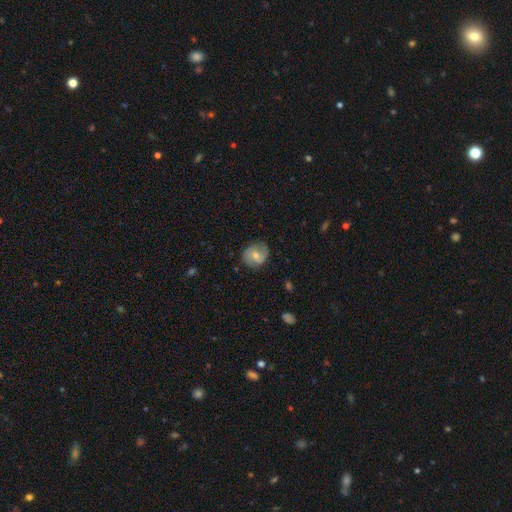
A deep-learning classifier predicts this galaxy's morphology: type=featured or disk (54%); edge-on=no (97%); bar=no (56%); spiral arms=yes (85%); bulge=moderate (54%); merging=none (77%).